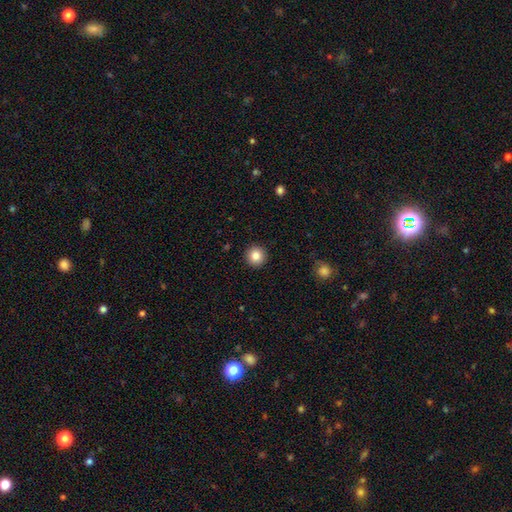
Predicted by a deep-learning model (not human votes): This appears to be a smooth galaxy with no disk features (85%) that is round (96%). Merging: none (93%).